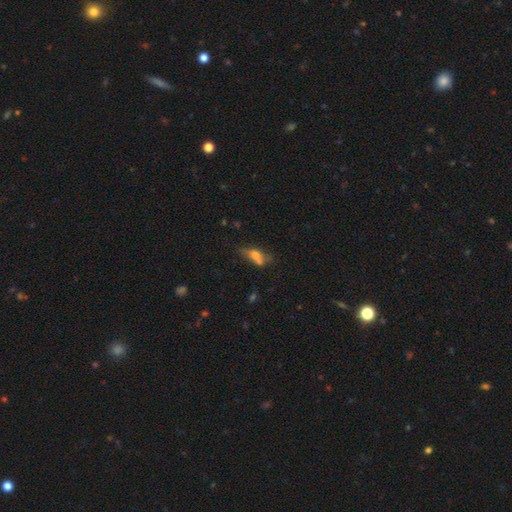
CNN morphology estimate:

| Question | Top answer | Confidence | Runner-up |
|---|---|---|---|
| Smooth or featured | smooth | 53% | featured or disk (36%) |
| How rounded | in between | 63% | cigar-shaped (28%) |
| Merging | none | 37% | merger (33%) |